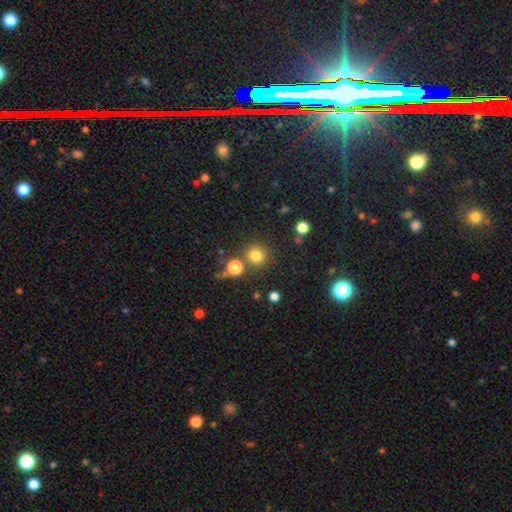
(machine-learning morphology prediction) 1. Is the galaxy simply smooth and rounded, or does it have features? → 79% smooth, 15% star or artifact, 6% featured or disk.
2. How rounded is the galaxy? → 92% round, 7% in between, 1% cigar-shaped.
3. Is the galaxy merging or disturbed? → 81% none, 8% merger, 8% minor disturbance, 3% major disturbance.